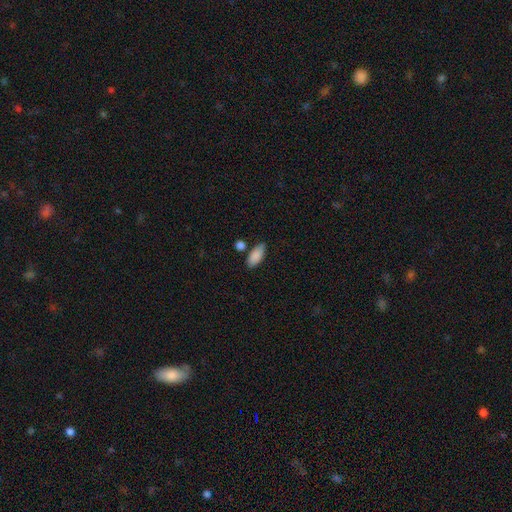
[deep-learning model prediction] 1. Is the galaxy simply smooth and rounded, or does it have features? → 88% smooth, 7% star or artifact, 6% featured or disk.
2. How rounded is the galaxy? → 88% in between, 9% cigar-shaped, 3% round.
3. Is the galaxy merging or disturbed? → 70% none, 16% minor disturbance, 10% merger, 4% major disturbance.